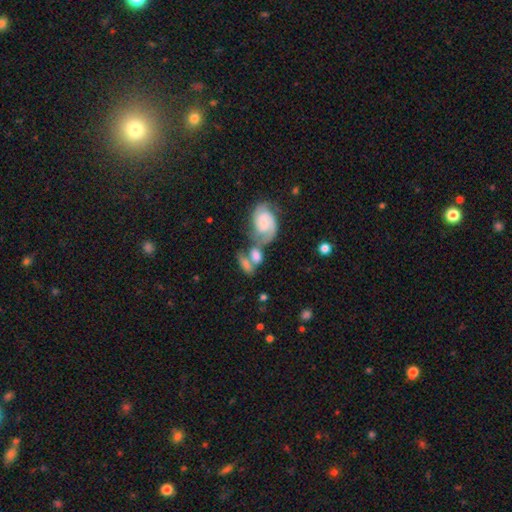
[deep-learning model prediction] Q: Smooth or featured?
A: featured or disk (46%); tied with: smooth (46%)
Q: Merging?
A: merger (62%); runner-up: none (21%)